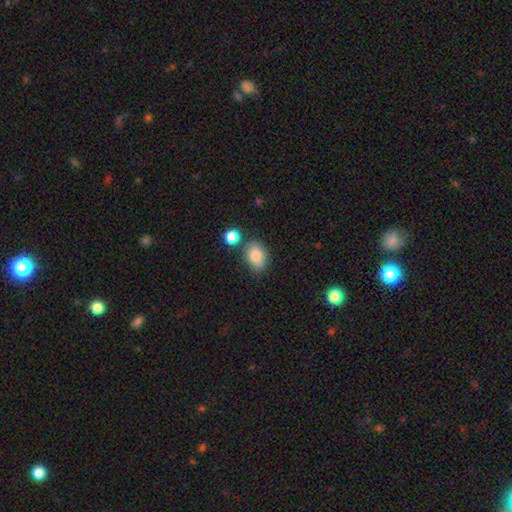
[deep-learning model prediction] This is clearly a smooth galaxy (85%). How rounded: likely in between (79%). Merging: likely none (72%).